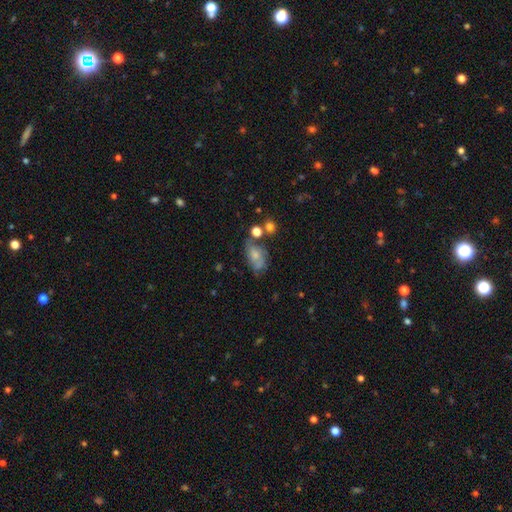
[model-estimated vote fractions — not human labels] Smooth or featured? Predicted: smooth (p=0.56). How rounded? Predicted: in between (p=0.82). Merging? Predicted: none (p=0.41).